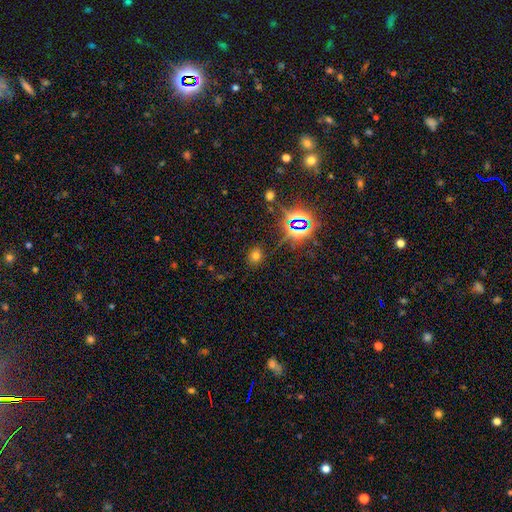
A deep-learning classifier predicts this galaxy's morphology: A smooth galaxy with no disk features (61%) that is round (67%).

Vote fractions:
- Smooth or featured? smooth: 61% / star or artifact: 31% / featured or disk: 8%
- How rounded? round: 67% / in between: 32% / cigar-shaped: 1%
- Merging? none: 84% / minor disturbance: 10% / major disturbance: 4% / merger: 2%